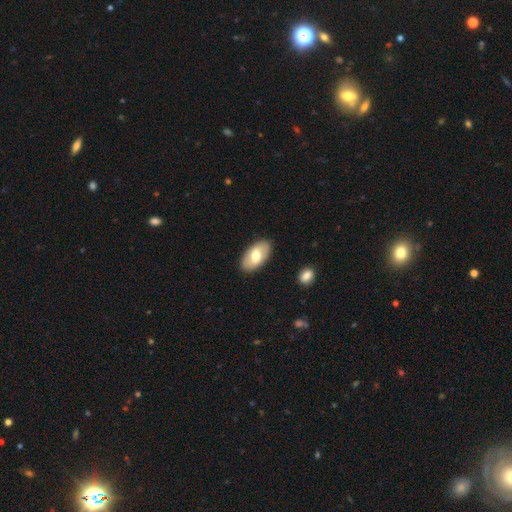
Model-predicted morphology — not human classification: Overall: smooth (65%; featured or disk 30%). How rounded: in between (94%). Merging: none (88%).